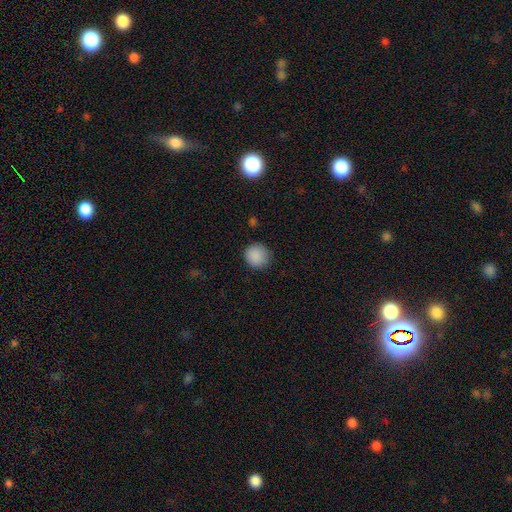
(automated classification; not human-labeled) This is clearly a smooth galaxy (89%). How rounded: clearly round (91%). Merging: clearly none (88%).